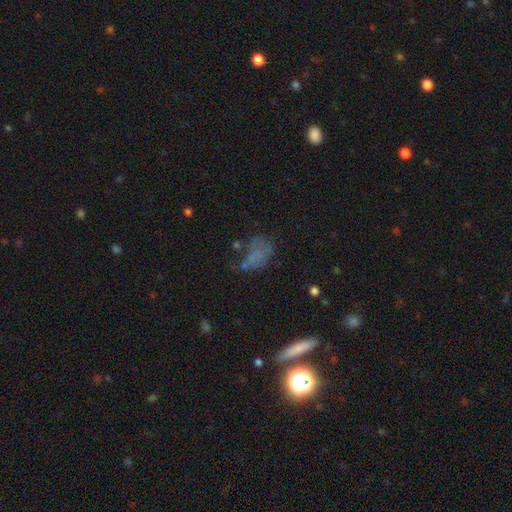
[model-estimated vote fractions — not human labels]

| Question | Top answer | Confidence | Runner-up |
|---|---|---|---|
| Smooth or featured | smooth | 48% | featured or disk (30%) |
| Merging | none | 37% | major disturbance (32%) |